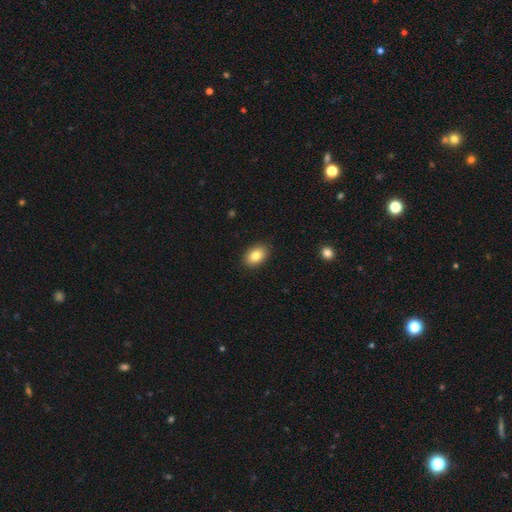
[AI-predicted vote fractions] Overall: smooth (83%). How rounded: in between (84%). Merging: none (90%).